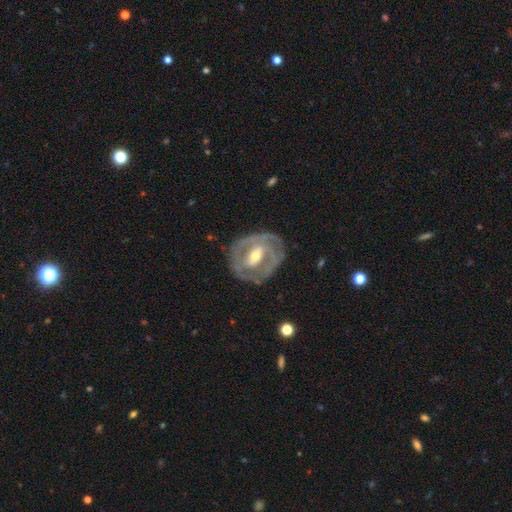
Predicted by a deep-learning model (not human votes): smooth_or_featured: featured or disk (p=0.80) [alt: smooth p=0.15]
disk_edge_on: no (p=0.95) [alt: yes p=0.05]
bar: strong (p=0.38) [tied with: weak p=0.38]
has_spiral_arms: yes (p=0.71) [alt: no p=0.29]
spiral_winding: tight (p=0.57) [alt: medium p=0.32]
spiral_arm_count: 2 (p=0.49) [alt: can't tell p=0.28]
bulge_size: moderate (p=0.61) [alt: small p=0.34]
merging: none (p=0.73) [alt: minor disturbance p=0.17]